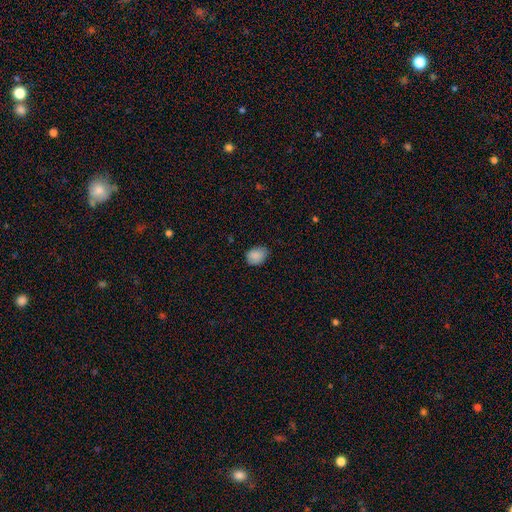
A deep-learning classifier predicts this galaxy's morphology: smooth-or-featured: smooth: 88% | star or artifact: 8% | featured or disk: 4%
  how-rounded: in between: 62% | round: 37% | cigar-shaped: 1%
  merging: none: 70% | minor disturbance: 25% | major disturbance: 4% | merger: 1%